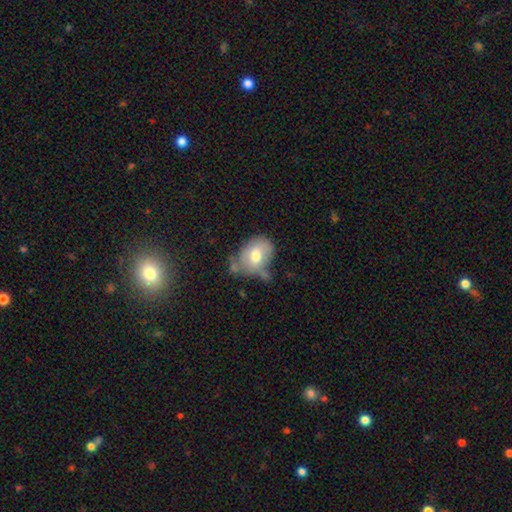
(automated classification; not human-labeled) Q: Smooth or featured?
A: smooth (66%); runner-up: featured or disk (26%)
Q: How rounded?
A: in between (65%); runner-up: round (34%)
Q: Merging?
A: none (37%); runner-up: minor disturbance (32%)